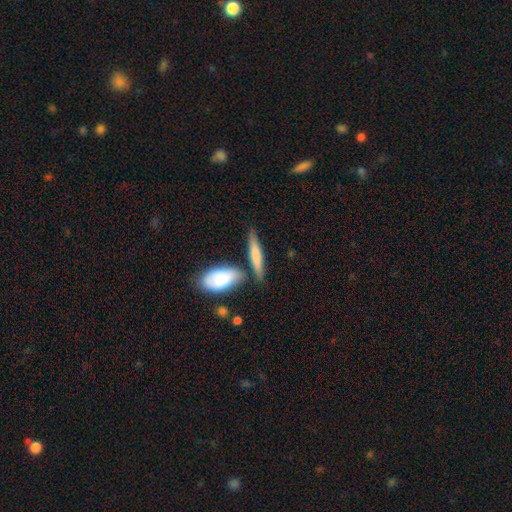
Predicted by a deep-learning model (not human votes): This appears to be a smooth galaxy with no disk features (69%) that is cigar-shaped (78%). Merging: none (69%).